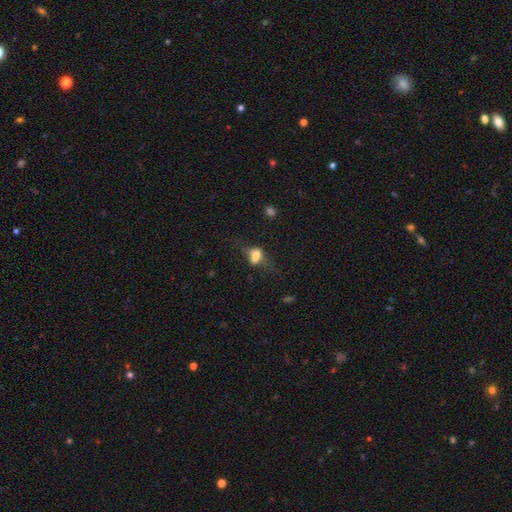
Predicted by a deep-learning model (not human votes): This appears to be a smooth galaxy with no disk features (54%) that is in between round and cigar-shaped (71%). Merging: none (51%).